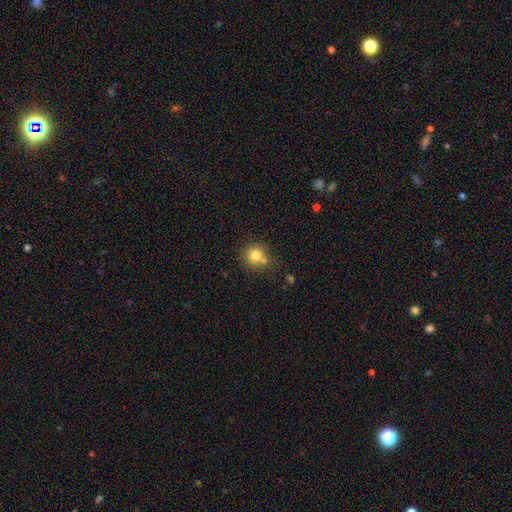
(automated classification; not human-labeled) This appears to be a smooth galaxy with no disk features (79%) that is round (90%). Merging: none (65%).